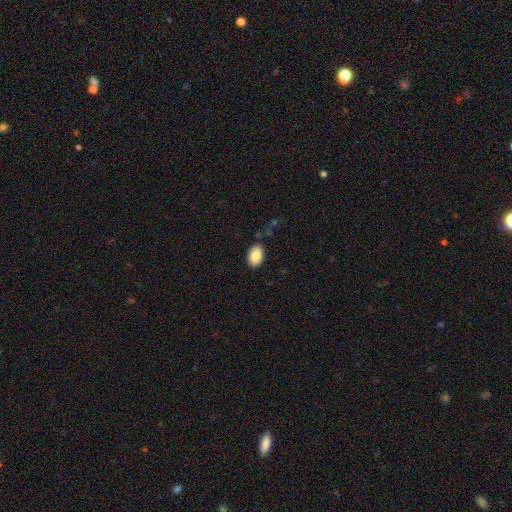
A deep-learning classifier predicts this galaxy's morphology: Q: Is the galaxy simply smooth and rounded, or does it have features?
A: smooth — 87%.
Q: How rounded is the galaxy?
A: in between — 89%.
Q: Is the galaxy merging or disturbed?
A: none — 86%.